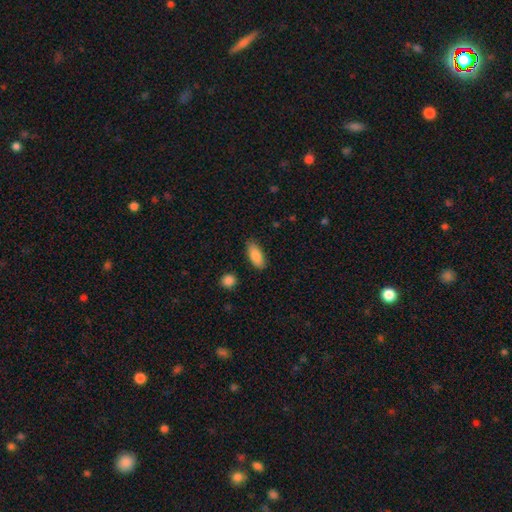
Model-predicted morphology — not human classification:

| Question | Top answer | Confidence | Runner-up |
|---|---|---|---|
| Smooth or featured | smooth | 87% | featured or disk (7%) |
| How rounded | in between | 85% | cigar-shaped (13%) |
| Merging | none | 85% | minor disturbance (11%) |